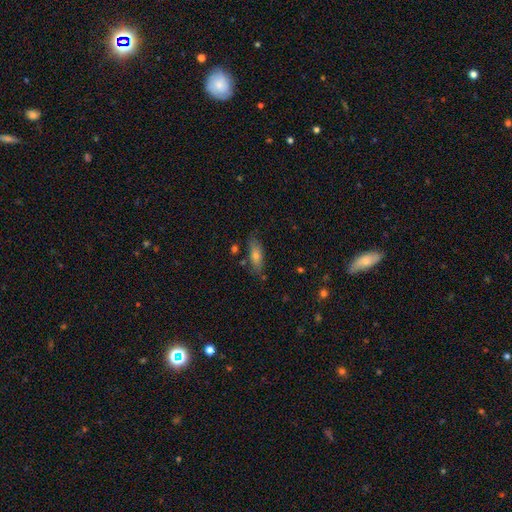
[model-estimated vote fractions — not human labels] smooth 59%, featured or disk 30%, star or artifact 12%. Down the decision tree: how rounded — in between (56%); merging — none (78%).